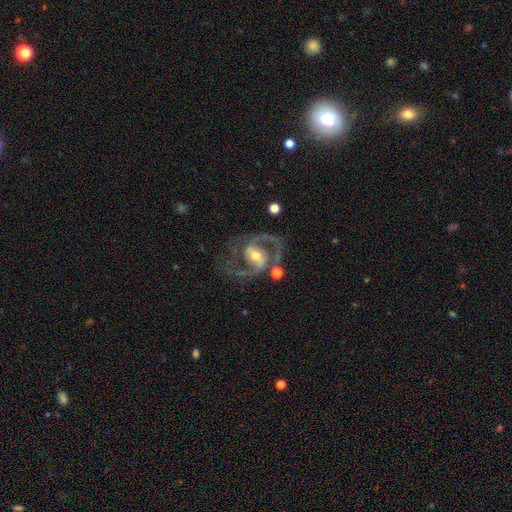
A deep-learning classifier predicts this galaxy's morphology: smooth-or-featured: featured or disk: 90% | star or artifact: 5% | smooth: 5%
  disk-edge-on: no: 98% | yes: 2%
    bar: weak: 42% | strong: 29% | no: 28%
    has-spiral-arms: yes: 96% | no: 4%
      spiral-winding: medium: 64% | loose: 22% | tight: 14%
      spiral-arm-count: 2: 91% | can't tell: 2% | 3: 2% | 1: 2% | 4: 1% | more than 4: 1%
    bulge-size: moderate: 67% | small: 24% | large: 7% | none: 1% | dominant: 1%
  merging: none: 66% | minor disturbance: 16% | major disturbance: 13% | merger: 5%